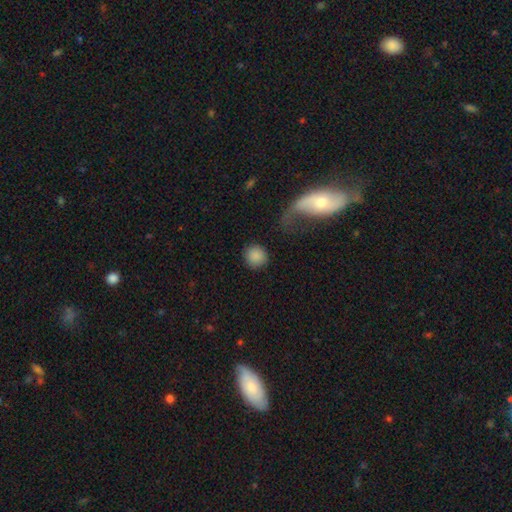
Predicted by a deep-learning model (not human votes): Smooth or featured? smooth (87%)
How rounded? round (92%)
Merging? none (87%)